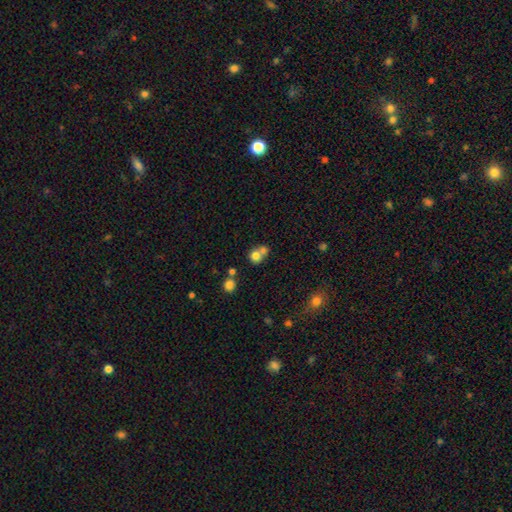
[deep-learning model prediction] This is likely a smooth galaxy (75%). How rounded: clearly round (83%). Merging: possibly merger (50%).